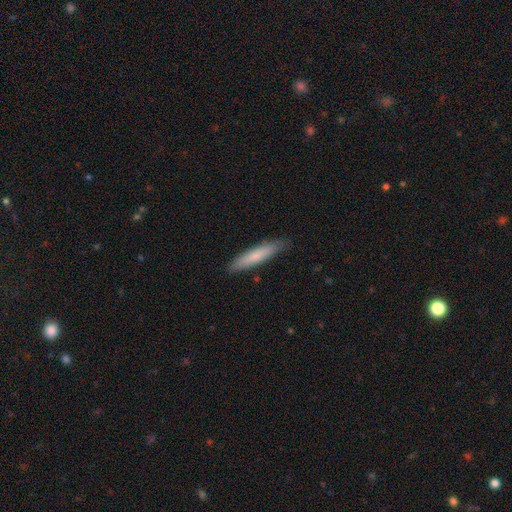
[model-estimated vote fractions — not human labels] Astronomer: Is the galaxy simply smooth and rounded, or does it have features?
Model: smooth — 76%.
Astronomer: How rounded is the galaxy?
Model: cigar-shaped — 87%.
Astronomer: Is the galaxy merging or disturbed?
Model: none — 87%.